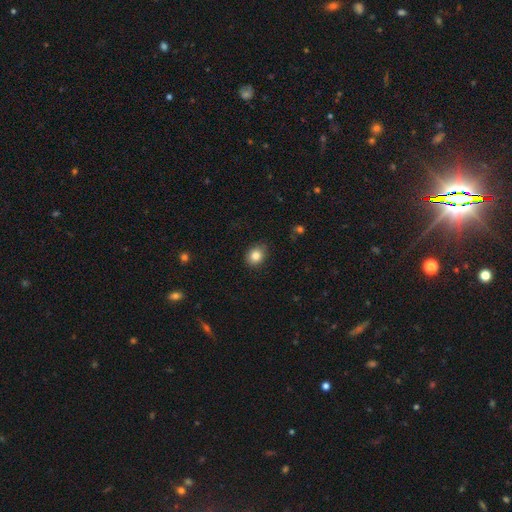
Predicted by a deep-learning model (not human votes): The model was most divided on "how rounded": round: 54%, in between: 45%, cigar-shaped: 1%. More confident: merging — none (85%); smooth or featured — smooth (84%).